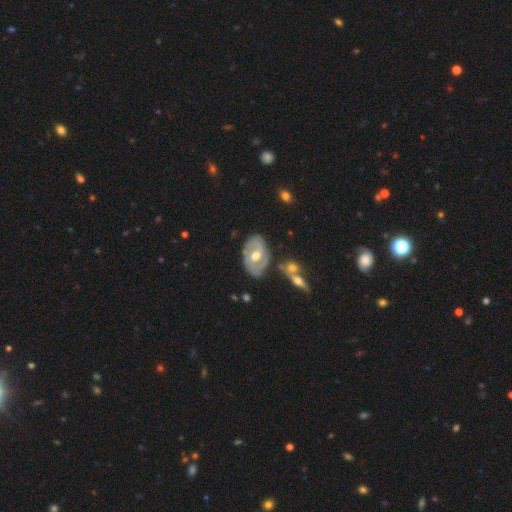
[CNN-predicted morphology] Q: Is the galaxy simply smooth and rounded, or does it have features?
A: featured or disk — 70%.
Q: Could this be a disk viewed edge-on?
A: no — 93%.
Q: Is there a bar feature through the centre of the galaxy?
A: weak — 44%.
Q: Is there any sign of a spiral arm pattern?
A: yes — 68%.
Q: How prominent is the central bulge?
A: moderate — 77%.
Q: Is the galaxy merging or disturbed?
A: none — 68%.